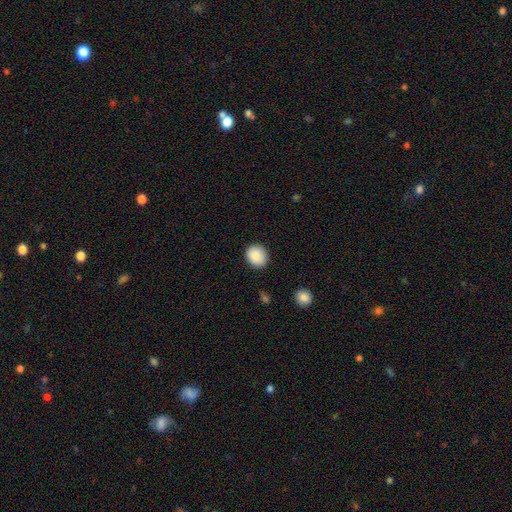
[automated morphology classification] Q: Smooth or featured?
A: smooth (89%); runner-up: star or artifact (8%)
Q: How rounded?
A: round (69%); runner-up: in between (30%)
Q: Merging?
A: none (87%); runner-up: minor disturbance (10%)